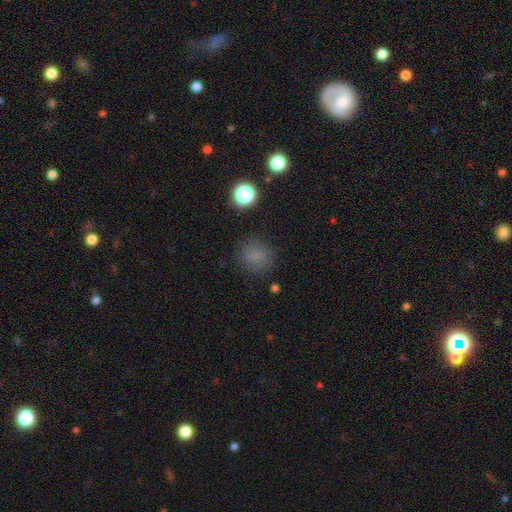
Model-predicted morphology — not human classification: Smooth or featured?
  - smooth: 77% *
  - star or artifact: 17%
  - featured or disk: 6%
How rounded?
  - round: 82% *
  - in between: 17%
  - cigar-shaped: 1%
Merging?
  - none: 83% *
  - minor disturbance: 11%
  - major disturbance: 4%
  - merger: 2%